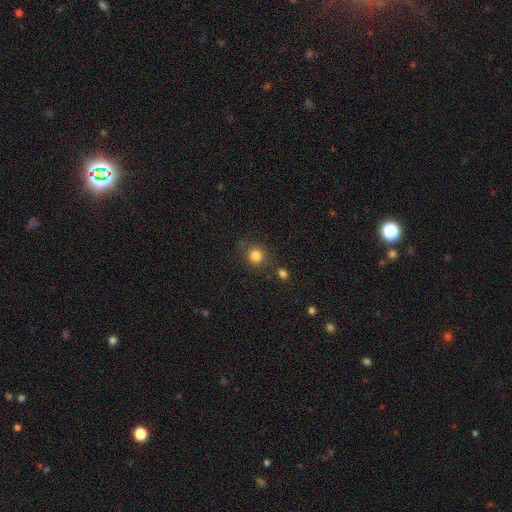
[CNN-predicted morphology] smooth 81%, star or artifact 12%, featured or disk 7%. Down the decision tree: how rounded — round (86%); merging — none (75%).